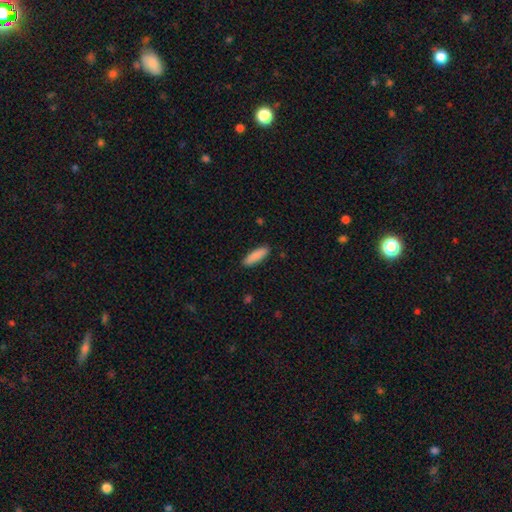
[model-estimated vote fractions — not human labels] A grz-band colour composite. It shows a smooth galaxy with no disk features (89%) that is cigar-shaped (55%). Merging: none (89%).